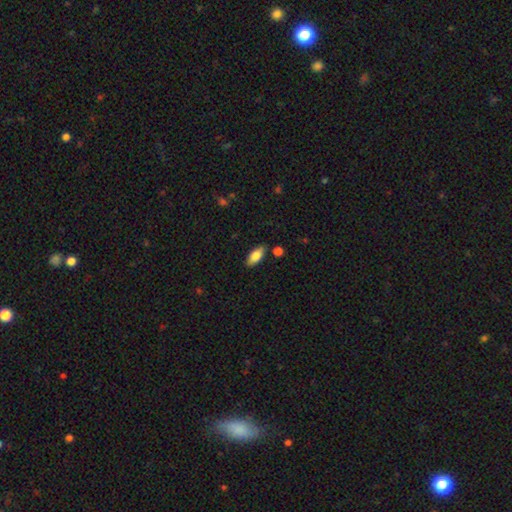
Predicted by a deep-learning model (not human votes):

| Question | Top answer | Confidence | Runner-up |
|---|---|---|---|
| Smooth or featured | smooth | 80% | featured or disk (14%) |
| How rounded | in between | 86% | cigar-shaped (12%) |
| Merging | none | 84% | minor disturbance (11%) |